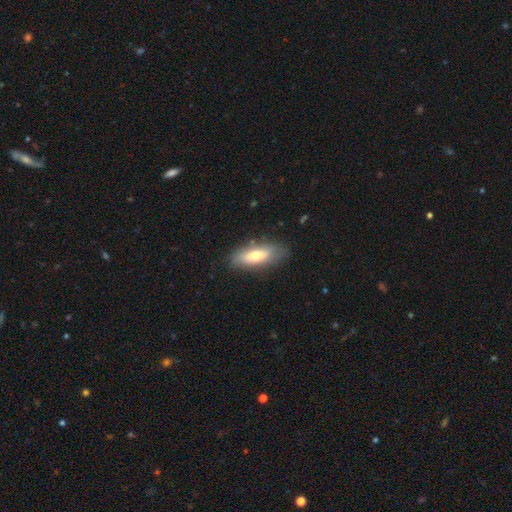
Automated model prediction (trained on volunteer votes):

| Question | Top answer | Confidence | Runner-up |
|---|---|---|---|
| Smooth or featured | smooth | 67% | featured or disk (27%) |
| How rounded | in between | 64% | cigar-shaped (34%) |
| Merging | none | 81% | minor disturbance (14%) |